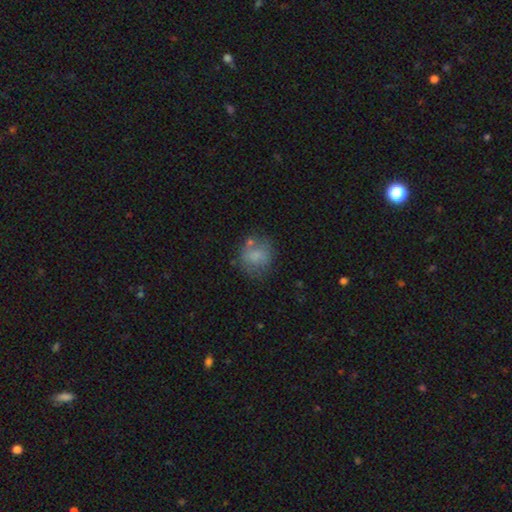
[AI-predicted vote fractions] Morphology: type=smooth (70%); roundness=round (76%); merging=none (56%).